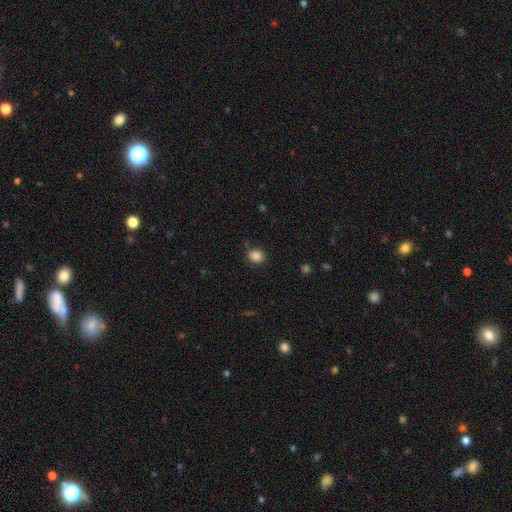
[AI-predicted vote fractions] A smooth galaxy with no disk features (85%) that is round (71%).

Vote fractions:
- Smooth or featured? smooth: 85% / star or artifact: 10% / featured or disk: 4%
- How rounded? round: 71% / in between: 28% / cigar-shaped: 1%
- Merging? none: 81% / minor disturbance: 13% / major disturbance: 3% / merger: 2%